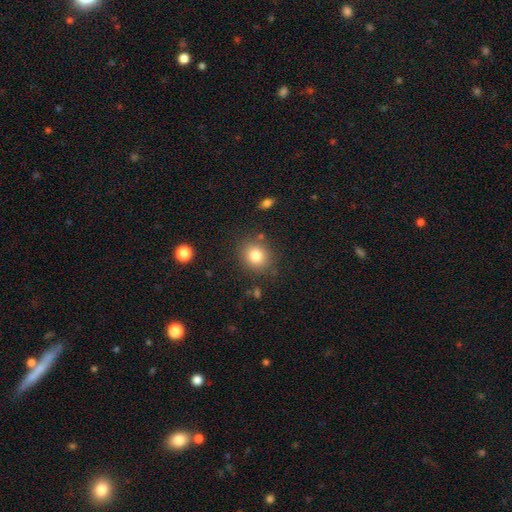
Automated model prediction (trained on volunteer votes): Q: Smooth or featured?
A: smooth (81%); runner-up: star or artifact (11%)
Q: How rounded?
A: round (78%); runner-up: in between (21%)
Q: Merging?
A: none (83%); runner-up: minor disturbance (10%)